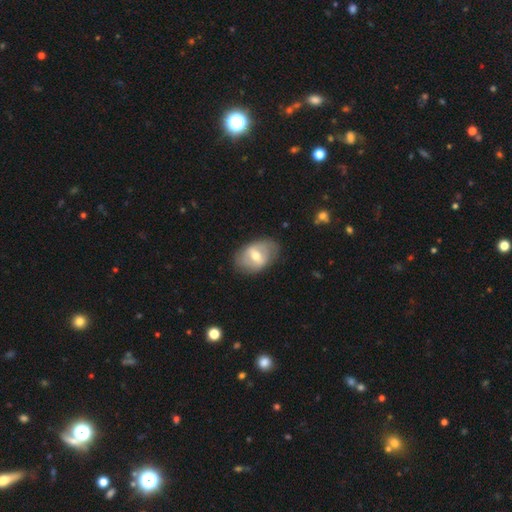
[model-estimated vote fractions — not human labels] This is possibly a featured or disk galaxy (54%). It is clearly not viewed edge-on (91%). Merging: likely none (76%).